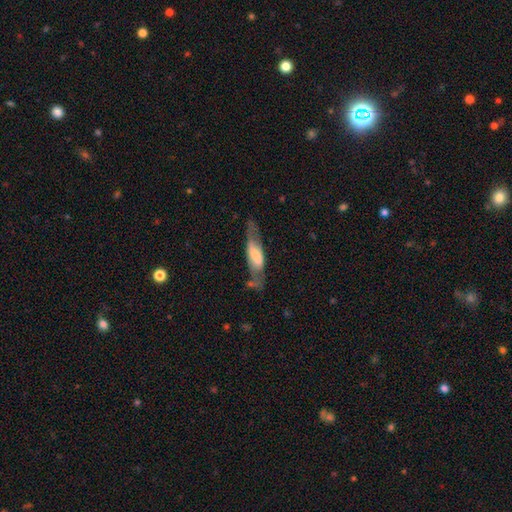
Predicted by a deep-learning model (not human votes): Smooth or featured? Predicted: featured or disk (p=0.49). Merging? Predicted: none (p=0.52).